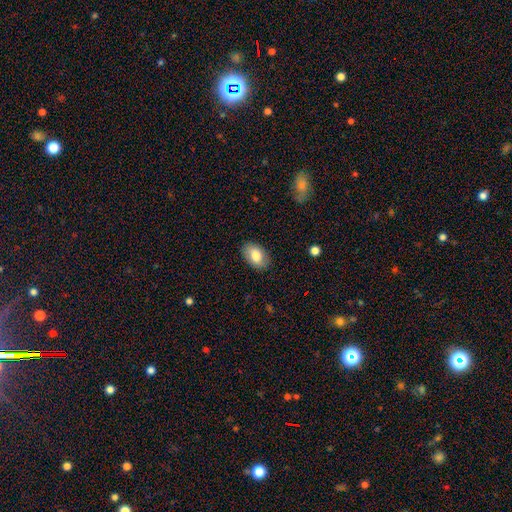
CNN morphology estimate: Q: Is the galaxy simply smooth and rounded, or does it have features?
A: smooth — 78%.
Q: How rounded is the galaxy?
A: in between — 89%.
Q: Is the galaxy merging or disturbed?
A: none — 85%.